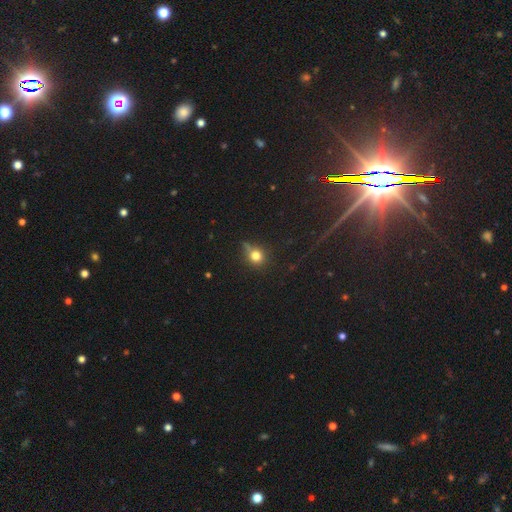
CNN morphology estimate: Smooth or featured?
  - smooth: 74% *
  - star or artifact: 16%
  - featured or disk: 10%
How rounded?
  - round: 80% *
  - in between: 18%
  - cigar-shaped: 2%
Merging?
  - none: 61% *
  - minor disturbance: 24%
  - major disturbance: 10%
  - merger: 6%